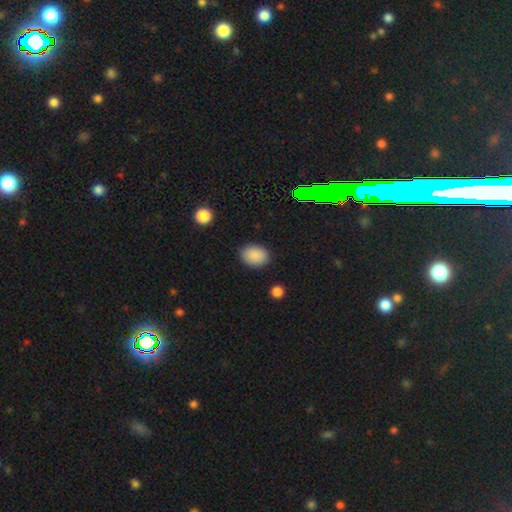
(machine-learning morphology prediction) Smooth or featured?
  - smooth: 88% *
  - star or artifact: 8%
  - featured or disk: 3%
How rounded?
  - in between: 64% *
  - round: 35%
  - cigar-shaped: 1%
Merging?
  - none: 88% *
  - minor disturbance: 8%
  - major disturbance: 2%
  - merger: 1%